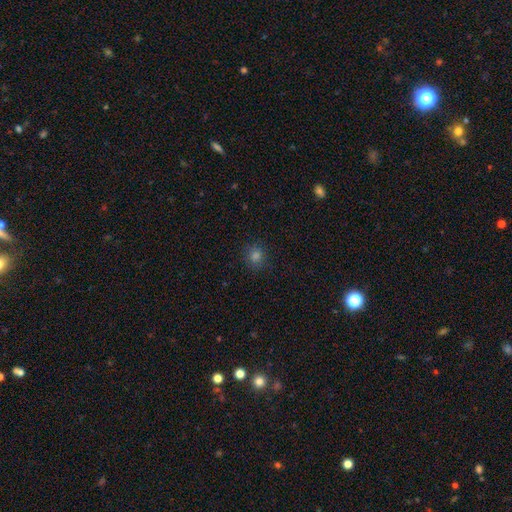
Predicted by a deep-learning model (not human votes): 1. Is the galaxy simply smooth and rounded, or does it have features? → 76% smooth, 19% star or artifact, 5% featured or disk.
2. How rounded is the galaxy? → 81% round, 17% in between, 1% cigar-shaped.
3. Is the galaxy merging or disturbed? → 89% none, 8% minor disturbance, 2% major disturbance, 1% merger.